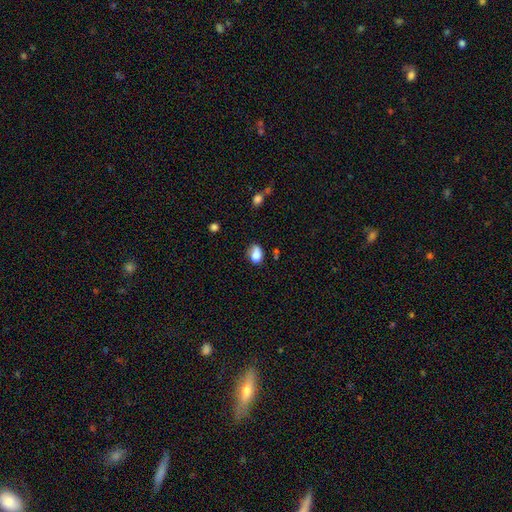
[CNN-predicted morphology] Smooth or featured?
  - smooth: 78% *
  - featured or disk: 12%
  - star or artifact: 10%
How rounded?
  - in between: 72% *
  - round: 26%
  - cigar-shaped: 2%
Merging?
  - none: 48% *
  - minor disturbance: 32%
  - major disturbance: 12%
  - merger: 9%